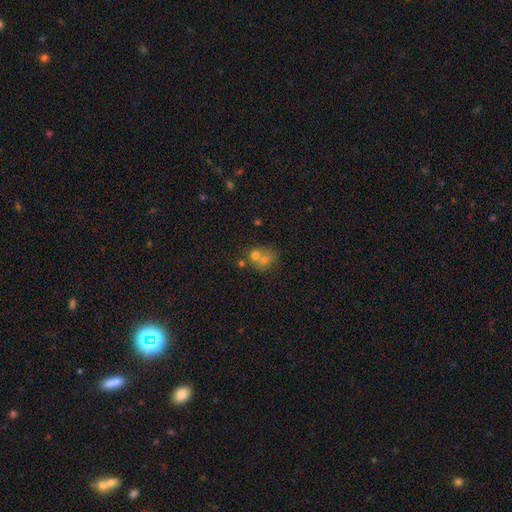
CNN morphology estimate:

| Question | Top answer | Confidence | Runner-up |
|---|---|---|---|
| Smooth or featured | smooth | 64% | featured or disk (23%) |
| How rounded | round | 72% | in between (27%) |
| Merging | merger | 60% | none (29%) |